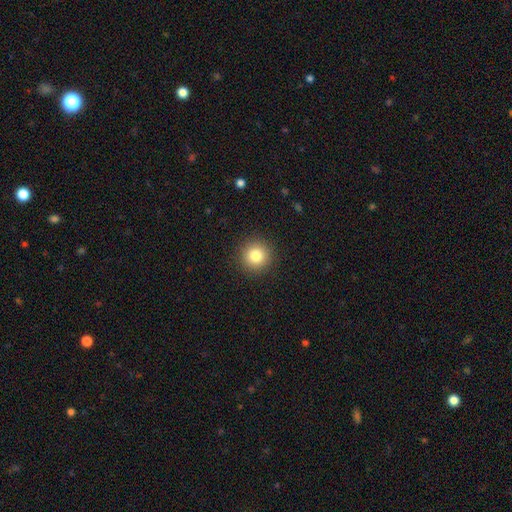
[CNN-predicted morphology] The model was most divided on "smooth or featured": smooth: 82%, star or artifact: 11%, featured or disk: 7%. More confident: how rounded — round (95%); merging — none (92%).